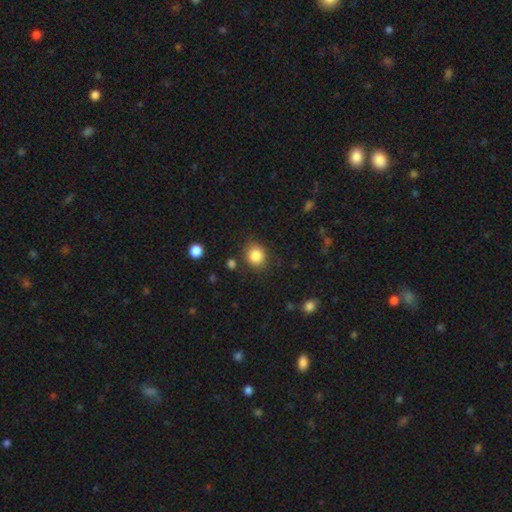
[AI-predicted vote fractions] A smooth galaxy with no disk features (85%) that is round (71%).

Vote fractions:
- Smooth or featured? smooth: 85% / star or artifact: 10% / featured or disk: 5%
- How rounded? round: 71% / in between: 28% / cigar-shaped: 1%
- Merging? none: 82% / minor disturbance: 12% / major disturbance: 3% / merger: 3%